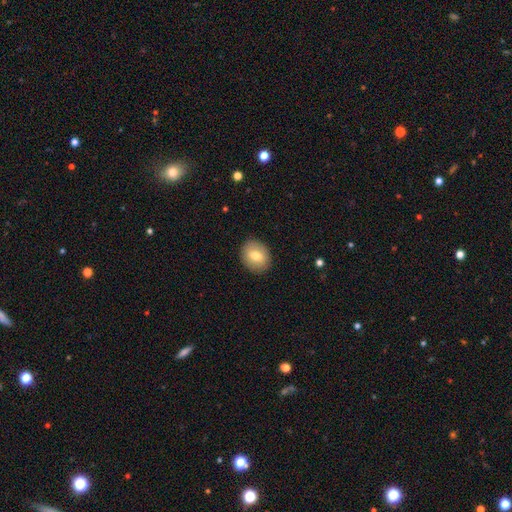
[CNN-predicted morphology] This appears to be a smooth galaxy with no disk features (74%) that is round (57%). Merging: none (89%).